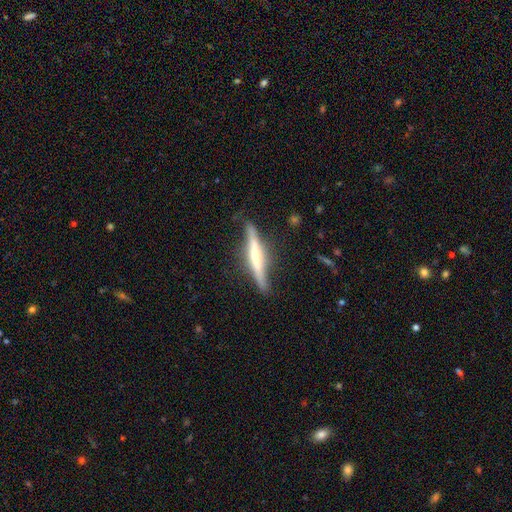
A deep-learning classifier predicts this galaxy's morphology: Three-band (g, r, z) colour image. It shows a featured or disk galaxy (64%) viewed edge-on (94%) with a rounded central bulge (41%). Merging: none (80%).